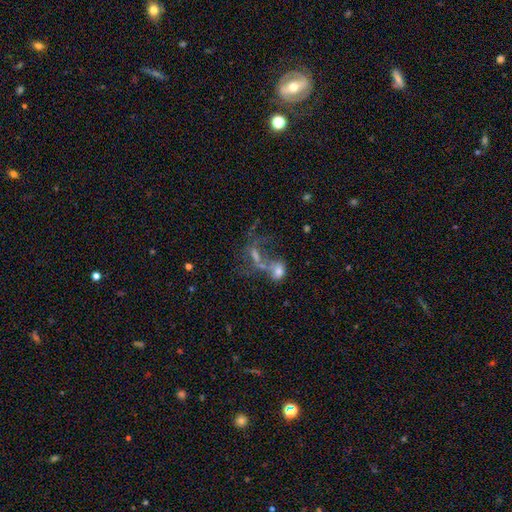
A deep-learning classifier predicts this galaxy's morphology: This is possibly a featured or disk galaxy (46%). Merging: possibly merger (49%).